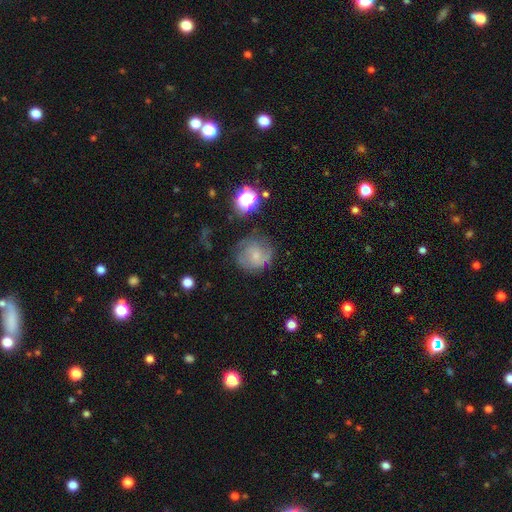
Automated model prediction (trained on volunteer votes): Smooth or featured?
  - smooth: 46% *
  - featured or disk: 42%
  - star or artifact: 12%
Merging?
  - none: 62% *
  - minor disturbance: 22%
  - major disturbance: 12%
  - merger: 3%